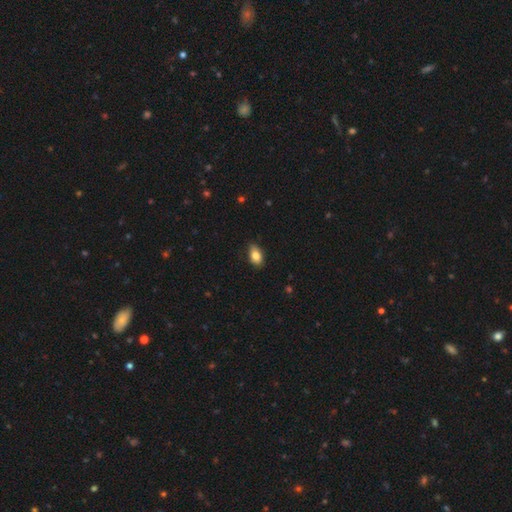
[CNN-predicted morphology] smooth 82%, featured or disk 10%, star or artifact 8%. Down the decision tree: how rounded — in between (89%); merging — none (83%).